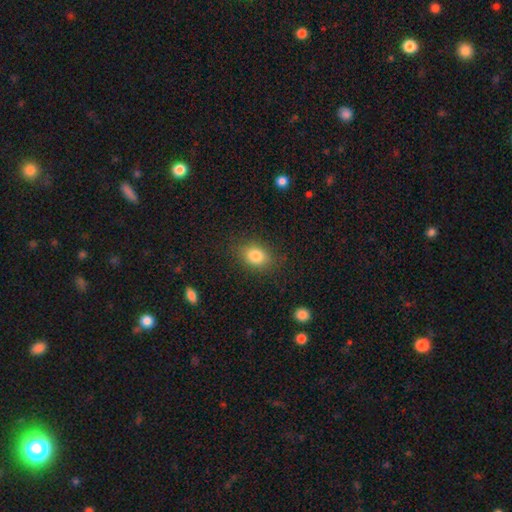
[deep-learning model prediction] This appears to be a smooth galaxy with no disk features (83%) that is in between round and cigar-shaped (69%). Merging: none (84%).